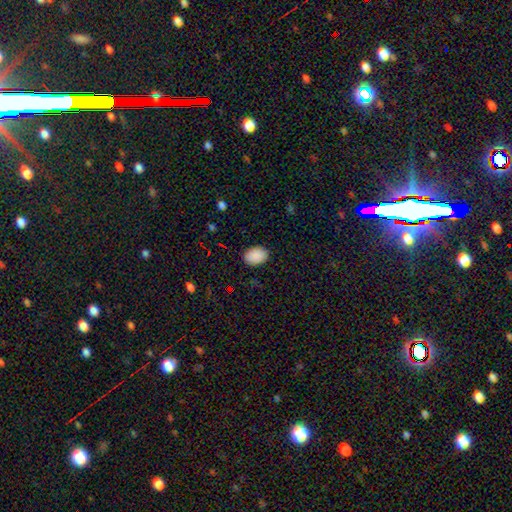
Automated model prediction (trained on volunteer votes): Smooth or featured?
  - smooth: 90% *
  - star or artifact: 7%
  - featured or disk: 3%
How rounded?
  - in between: 78% *
  - round: 21%
  - cigar-shaped: 1%
Merging?
  - none: 89% *
  - minor disturbance: 8%
  - major disturbance: 2%
  - merger: 1%